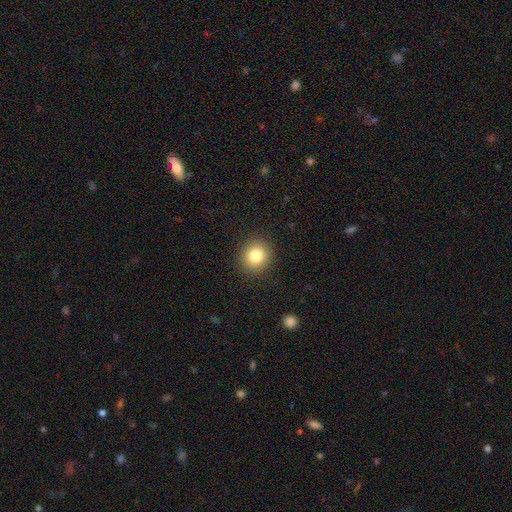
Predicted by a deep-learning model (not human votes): Morphology: type=smooth (81%); roundness=round (89%); merging=none (91%).